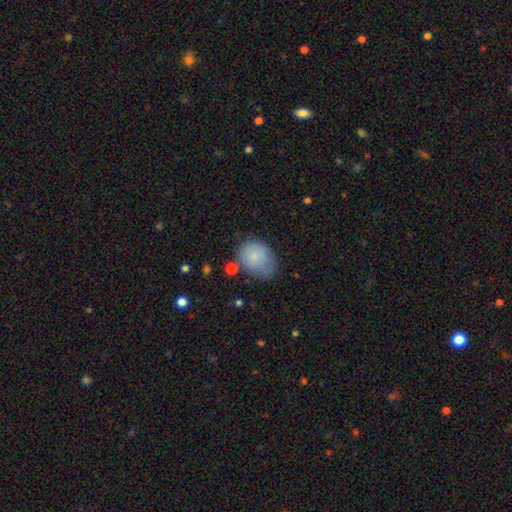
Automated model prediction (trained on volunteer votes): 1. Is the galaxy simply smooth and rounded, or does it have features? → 79% smooth, 13% featured or disk, 8% star or artifact.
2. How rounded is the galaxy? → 62% in between, 37% round, 1% cigar-shaped.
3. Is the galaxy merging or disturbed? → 52% none, 33% minor disturbance, 10% major disturbance, 5% merger.